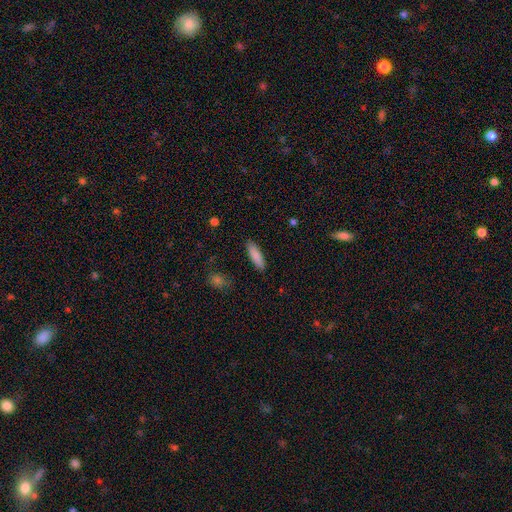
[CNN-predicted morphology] A smooth galaxy with no disk features (87%) that is cigar-shaped (57%). Merging: none (89%).